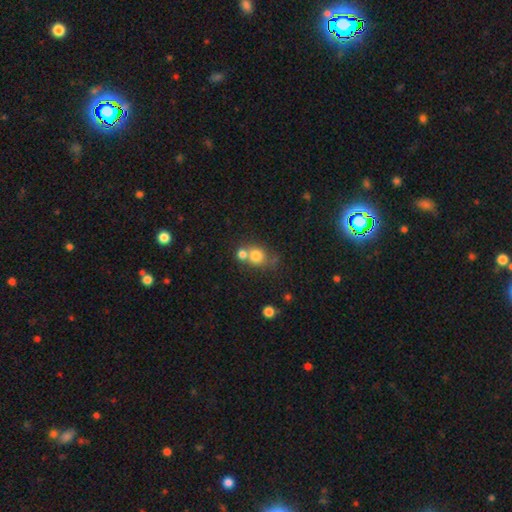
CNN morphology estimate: Overall: smooth (77%). How rounded: round (80%). Merging: none (44%, tied with merger).